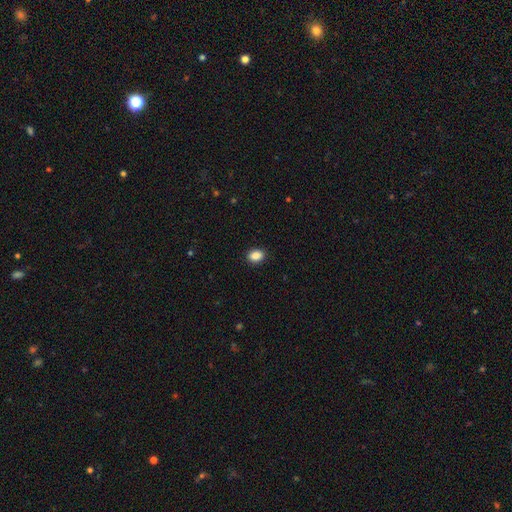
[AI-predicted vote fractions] Smooth or featured?
  - smooth: 89% *
  - star or artifact: 9%
  - featured or disk: 3%
How rounded?
  - in between: 67% *
  - round: 32%
  - cigar-shaped: 1%
Merging?
  - none: 90% *
  - minor disturbance: 7%
  - major disturbance: 2%
  - merger: 1%